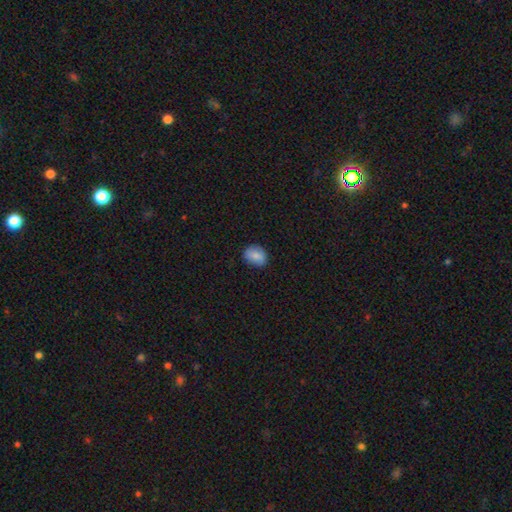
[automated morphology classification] Q: Smooth or featured?
A: smooth (84%); runner-up: featured or disk (9%)
Q: How rounded?
A: in between (51%); runner-up: round (47%)
Q: Merging?
A: none (81%); runner-up: minor disturbance (15%)